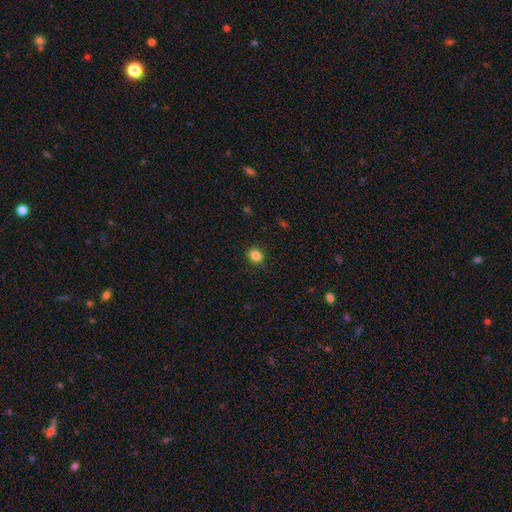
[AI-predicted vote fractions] This appears to be a smooth galaxy with no disk features (85%) that is round (70%). Merging: none (89%).